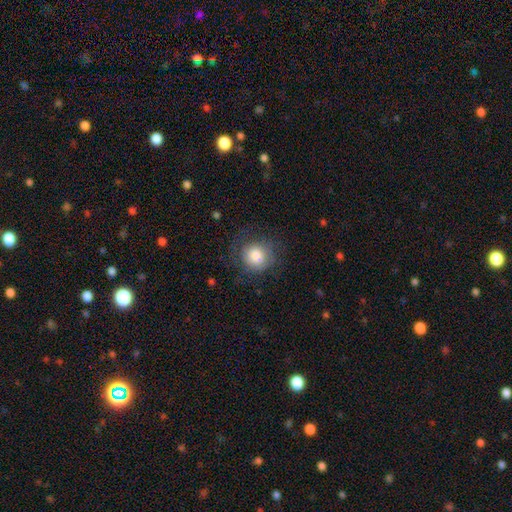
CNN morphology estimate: A smooth galaxy with no disk features (79%) that is round (89%).

Vote fractions:
- Smooth or featured? smooth: 79% / featured or disk: 13% / star or artifact: 8%
- How rounded? round: 89% / in between: 10% / cigar-shaped: 1%
- Merging? none: 70% / minor disturbance: 17% / major disturbance: 11% / merger: 1%